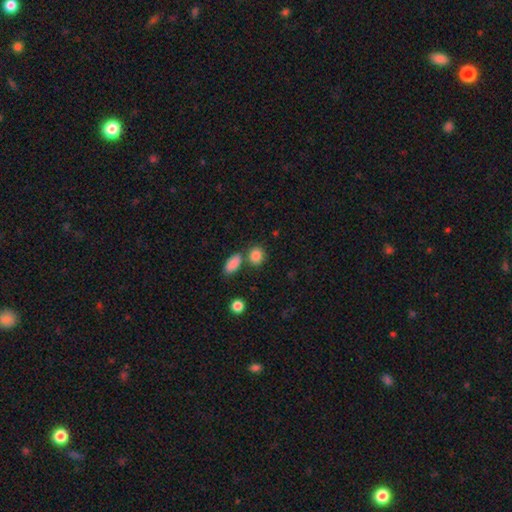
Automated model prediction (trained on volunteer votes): Overall: smooth (87%). How rounded: round (57%; in between 41%). Merging: none (64%).